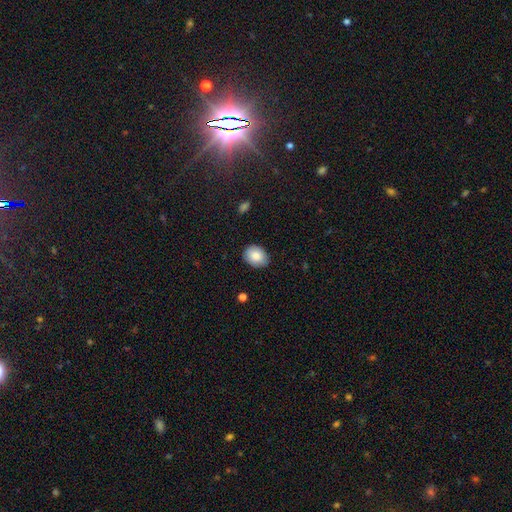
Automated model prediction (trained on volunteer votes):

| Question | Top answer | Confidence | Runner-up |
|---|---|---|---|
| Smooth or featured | smooth | 85% | featured or disk (8%) |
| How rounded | in between | 63% | round (36%) |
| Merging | none | 82% | minor disturbance (14%) |